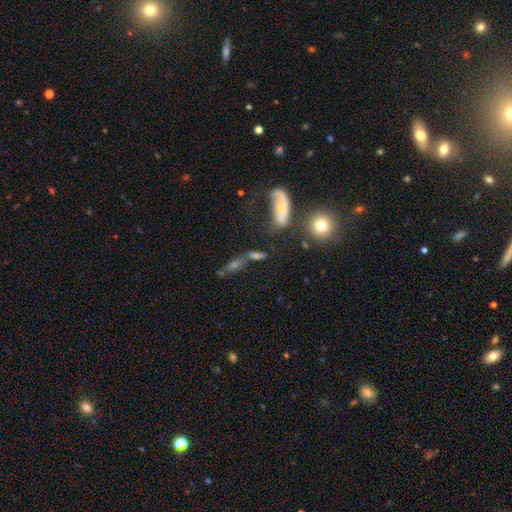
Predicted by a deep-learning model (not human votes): This is possibly a smooth galaxy (47%). Merging: marginally merger (34%).